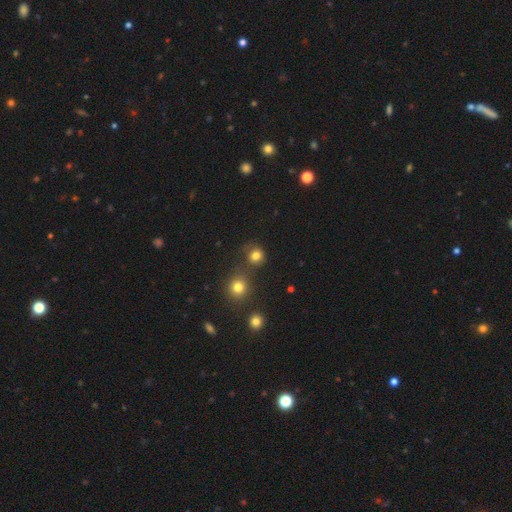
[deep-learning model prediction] A smooth galaxy with no disk features (79%) that is round (85%). Merging: none (65%).